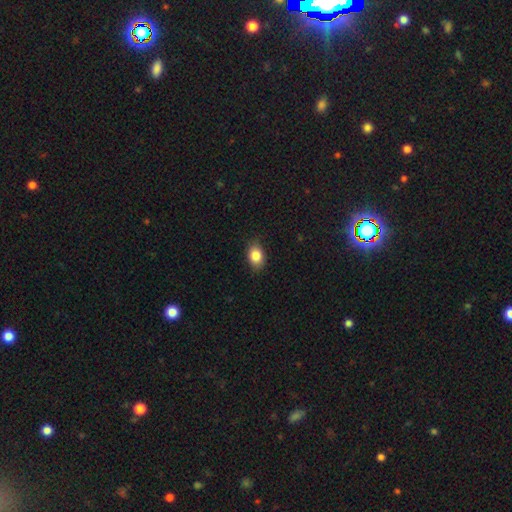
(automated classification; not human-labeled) smooth_or_featured: smooth (p=0.85) [alt: star or artifact p=0.08]
how_rounded: in between (p=0.77) [alt: round p=0.21]
merging: none (p=0.84) [alt: minor disturbance p=0.13]